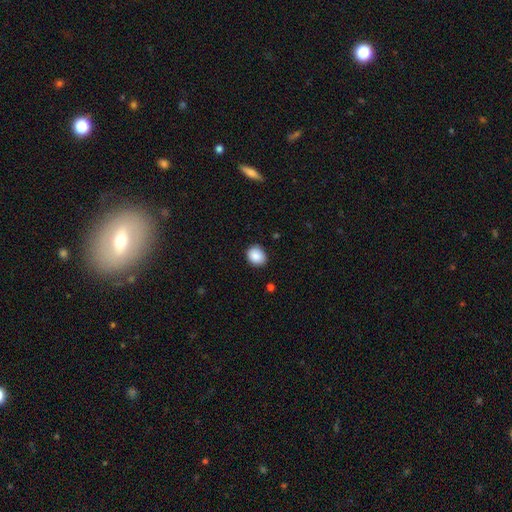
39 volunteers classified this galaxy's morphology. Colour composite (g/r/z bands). It shows a smooth galaxy with no disk features (92%) that is round (56%). Merging: none (79%).